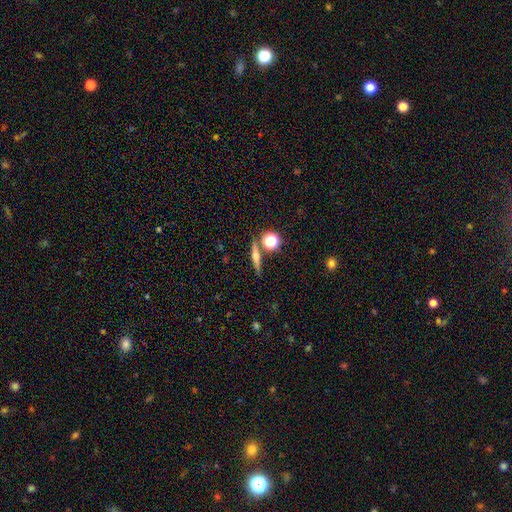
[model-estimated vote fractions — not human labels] A featured or disk galaxy (56%) viewed edge-on (95%) with a rounded central bulge (90%).

Vote fractions:
- Smooth or featured? featured or disk: 56% / smooth: 32% / star or artifact: 12%
- Edge-on disk? yes: 95% / no: 5%
- Edge-on bulge? rounded: 90% / none: 5% / boxy: 4%
- Merging? none: 83% / minor disturbance: 7% / merger: 7% / major disturbance: 2%